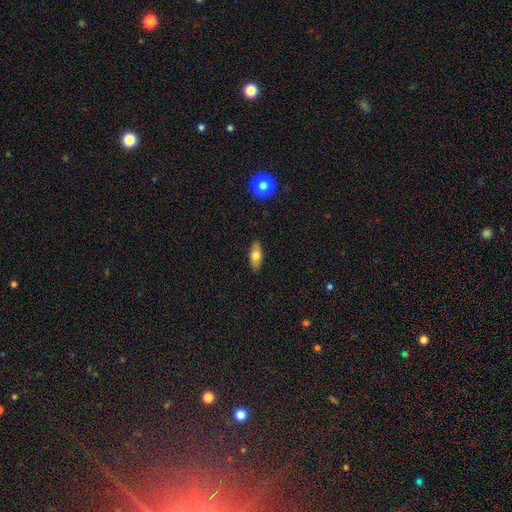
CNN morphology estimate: A smooth galaxy with no disk features (70%) that is in between round and cigar-shaped (78%). Merging: none (88%).